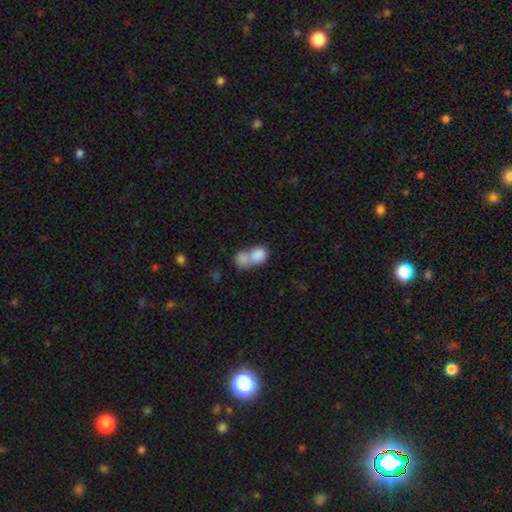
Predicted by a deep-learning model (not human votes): The model was most divided on "how rounded": in between: 57%, round: 42%, cigar-shaped: 2%. More confident: smooth or featured — smooth (82%); merging — merger (72%).